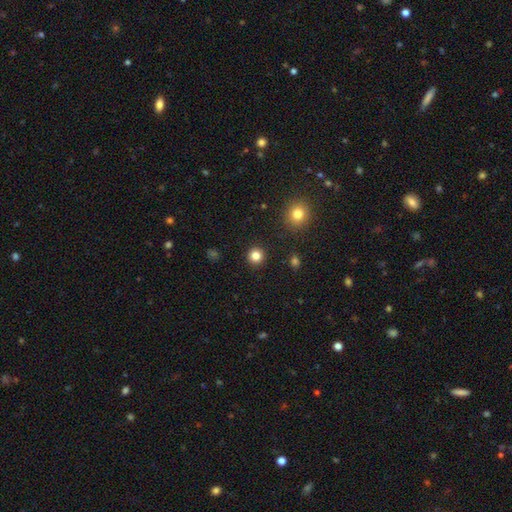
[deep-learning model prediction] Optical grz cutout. It shows a smooth galaxy with no disk features (83%) that is round (94%). Merging: none (92%).